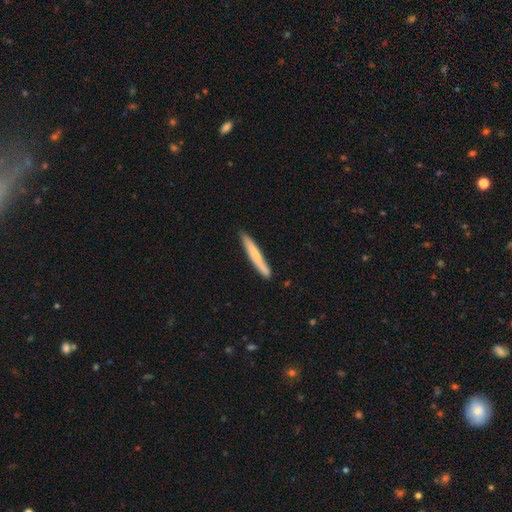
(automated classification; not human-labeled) A smooth galaxy with no disk features (67%) that is cigar-shaped (96%). Merging: none (87%).